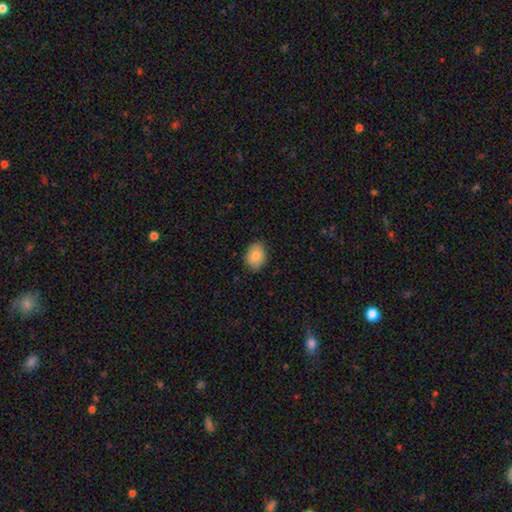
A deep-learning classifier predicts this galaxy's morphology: Smooth or featured: smooth — 86% (star or artifact — 7%)
How rounded: in between — 71% (round — 28%)
Merging: none — 84% (minor disturbance — 13%)